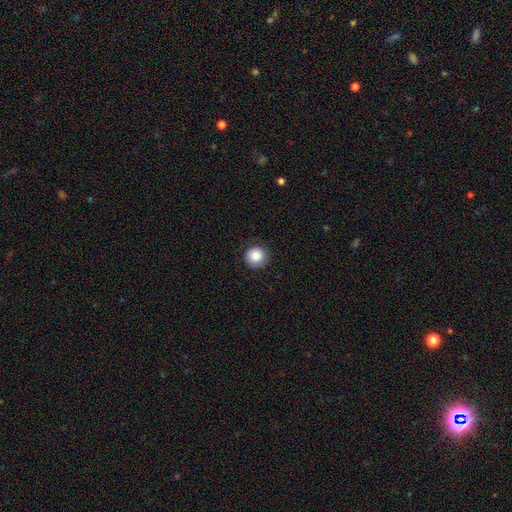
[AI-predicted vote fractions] Smooth or featured? smooth (85%)
How rounded? round (95%)
Merging? none (88%)